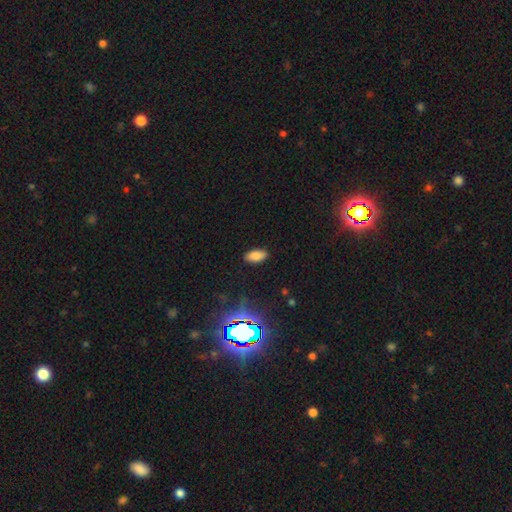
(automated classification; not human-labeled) The model was most divided on "smooth or featured": smooth: 78%, star or artifact: 14%, featured or disk: 8%. More confident: how rounded — in between (92%); merging — none (87%).